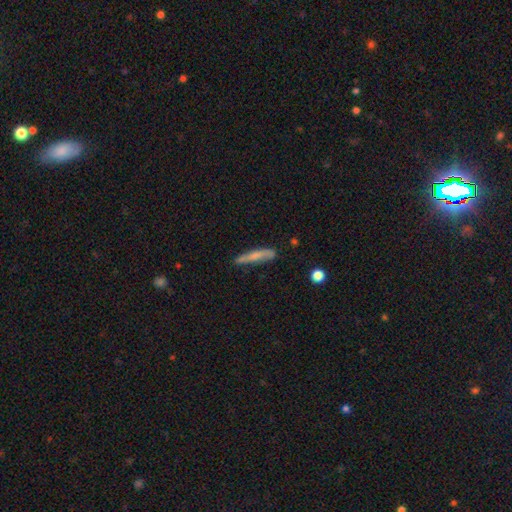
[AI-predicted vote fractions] smooth_or_featured: smooth (p=0.64) [alt: featured or disk p=0.29]
how_rounded: cigar-shaped (p=0.91) [alt: in between p=0.07]
merging: none (p=0.72) [alt: minor disturbance p=0.21]